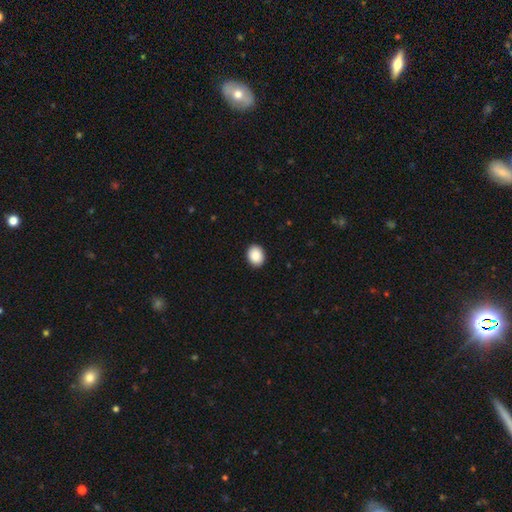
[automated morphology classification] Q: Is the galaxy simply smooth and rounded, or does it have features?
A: smooth — 88%.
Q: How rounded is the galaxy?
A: in between — 52%.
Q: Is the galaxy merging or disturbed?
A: none — 91%.